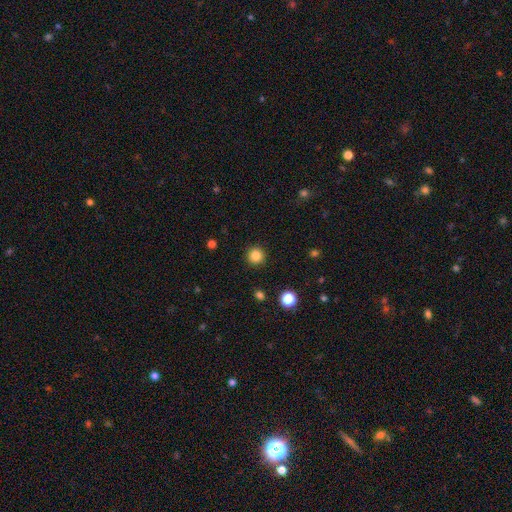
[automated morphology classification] Smooth or featured?
  - smooth: 85% *
  - star or artifact: 11%
  - featured or disk: 3%
How rounded?
  - round: 95% *
  - in between: 4%
  - cigar-shaped: 1%
Merging?
  - none: 92% *
  - minor disturbance: 5%
  - major disturbance: 2%
  - merger: 1%